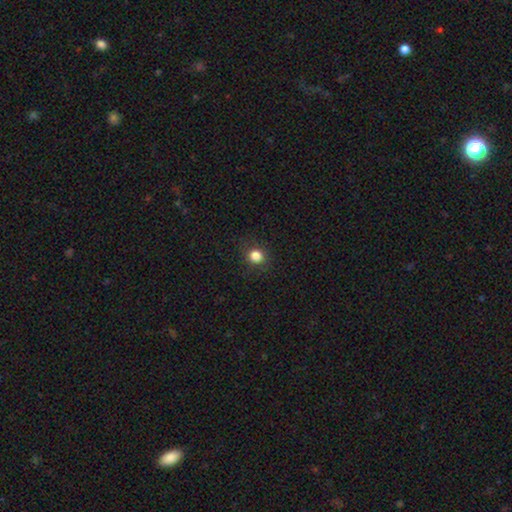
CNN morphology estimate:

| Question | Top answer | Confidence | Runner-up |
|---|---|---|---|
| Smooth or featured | smooth | 82% | star or artifact (13%) |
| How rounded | round | 85% | in between (14%) |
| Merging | none | 88% | minor disturbance (8%) |